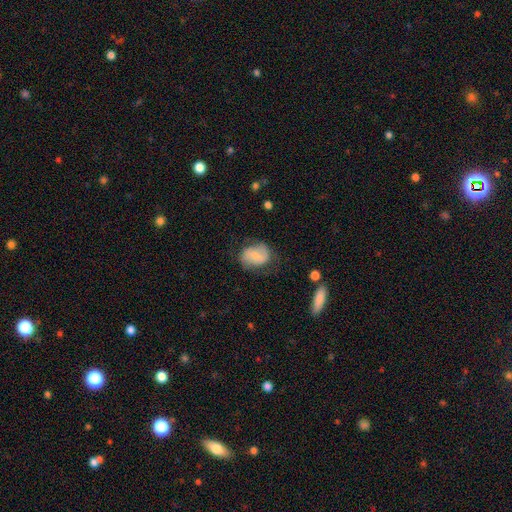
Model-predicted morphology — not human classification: This is possibly a smooth galaxy (54%). How rounded: possibly in between (57%). Merging: possibly none (59%).